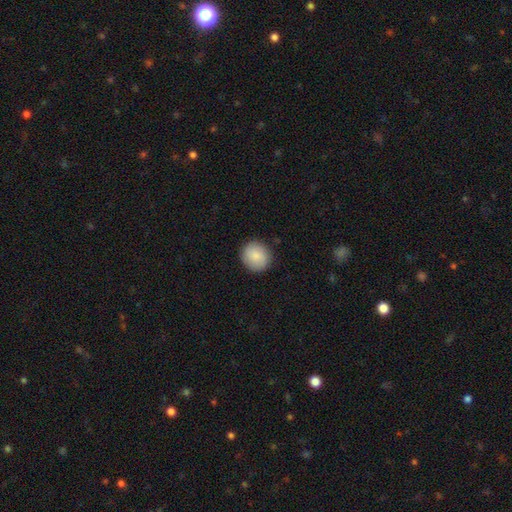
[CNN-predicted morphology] Smooth or featured: smooth — 85% (featured or disk — 8%)
How rounded: round — 87% (in between — 12%)
Merging: none — 89% (minor disturbance — 8%)